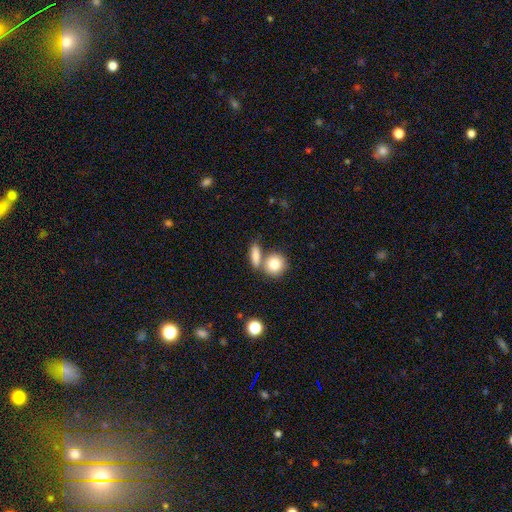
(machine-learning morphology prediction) smooth-or-featured: smooth: 83% | featured or disk: 10% | star or artifact: 7%
  how-rounded: in between: 52% | round: 30% | cigar-shaped: 18%
  merging: none: 53% | merger: 32% | minor disturbance: 11% | major disturbance: 4%